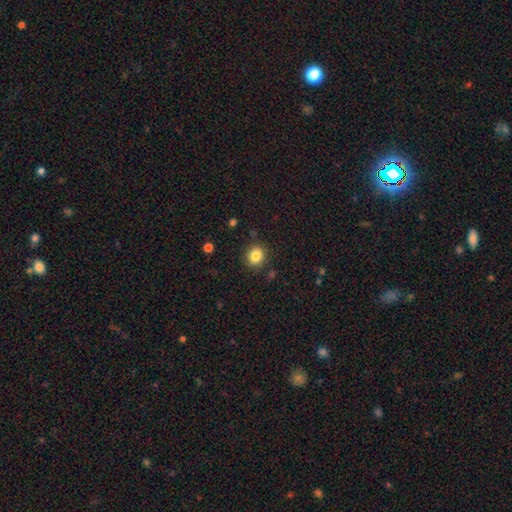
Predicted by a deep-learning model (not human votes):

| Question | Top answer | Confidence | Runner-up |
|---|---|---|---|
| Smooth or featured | smooth | 85% | star or artifact (10%) |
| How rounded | round | 80% | in between (19%) |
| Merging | none | 86% | minor disturbance (9%) |